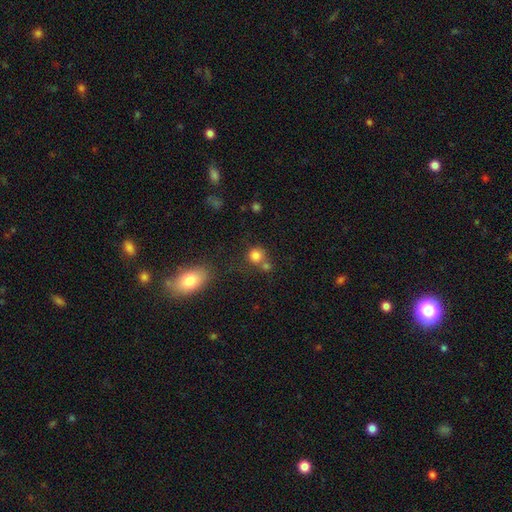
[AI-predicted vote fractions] This is clearly a smooth galaxy (80%). How rounded: clearly round (87%). Merging: possibly none (56%).